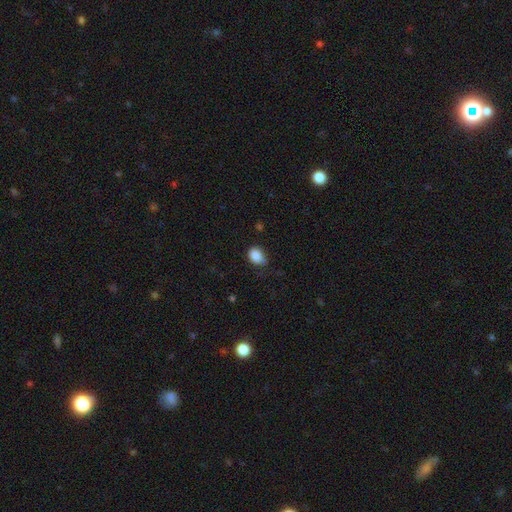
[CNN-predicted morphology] Smooth or featured? smooth (87%)
How rounded? in between (61%)
Merging? none (59%)